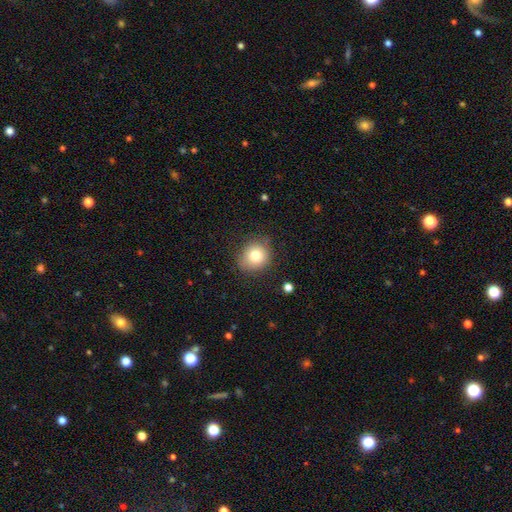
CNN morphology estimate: smooth 79%, featured or disk 11%, star or artifact 10%. Down the decision tree: how rounded — round (79%); merging — none (80%).